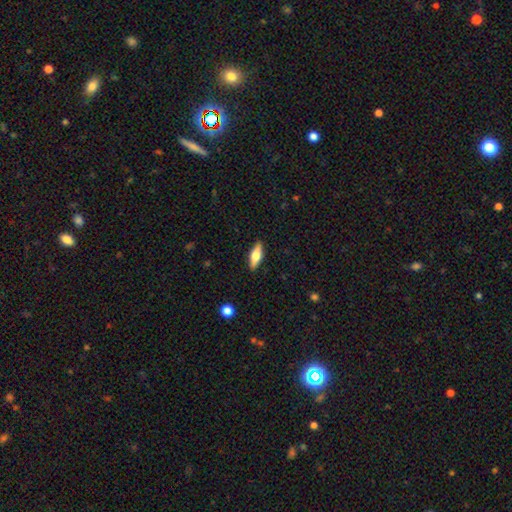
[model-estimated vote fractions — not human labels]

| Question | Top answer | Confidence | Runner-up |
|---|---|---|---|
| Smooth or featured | smooth | 55% | featured or disk (38%) |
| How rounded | in between | 56% | cigar-shaped (41%) |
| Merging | none | 89% | minor disturbance (8%) |